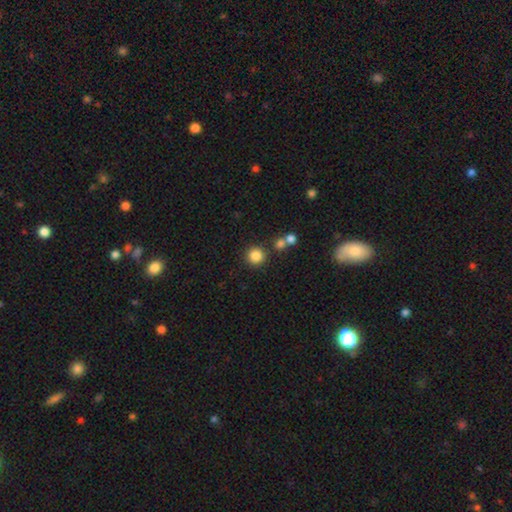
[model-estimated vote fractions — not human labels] smooth 84%, star or artifact 12%, featured or disk 5%. Down the decision tree: how rounded — round (94%); merging — none (81%).